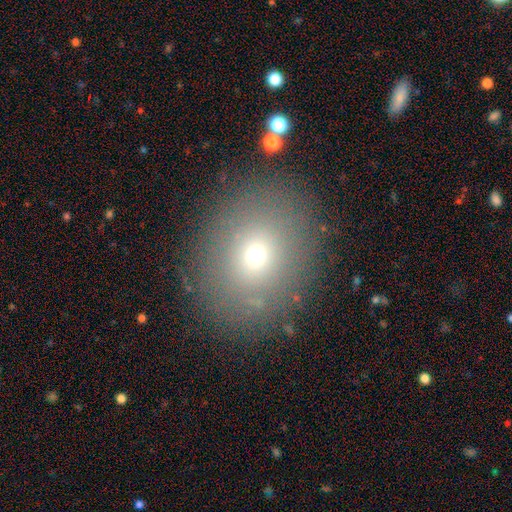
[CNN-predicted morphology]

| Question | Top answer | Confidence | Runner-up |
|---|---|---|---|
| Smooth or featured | smooth | 65% | star or artifact (20%) |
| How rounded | round | 65% | in between (33%) |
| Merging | none | 84% | minor disturbance (10%) |